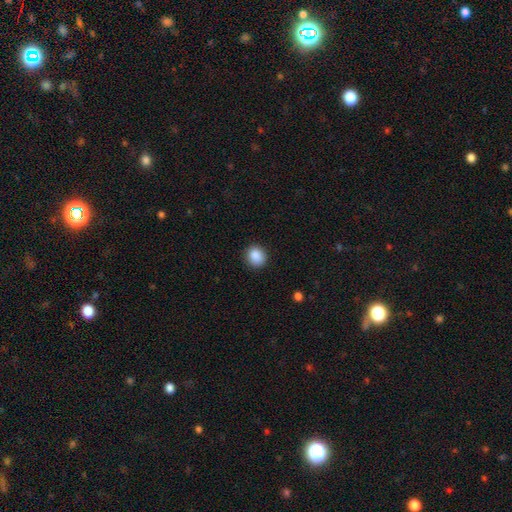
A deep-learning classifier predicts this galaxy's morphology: The model was most divided on "how rounded": round: 84%, in between: 15%, cigar-shaped: 1%. More confident: merging — none (89%); smooth or featured — smooth (88%).